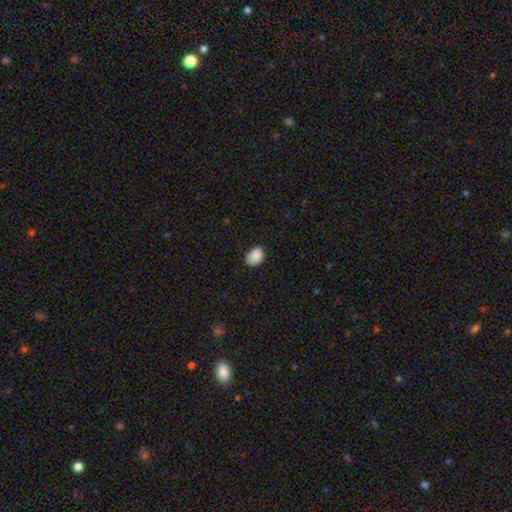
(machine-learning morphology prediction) Overall: smooth (86%). How rounded: in between (73%). Merging: none (68%).